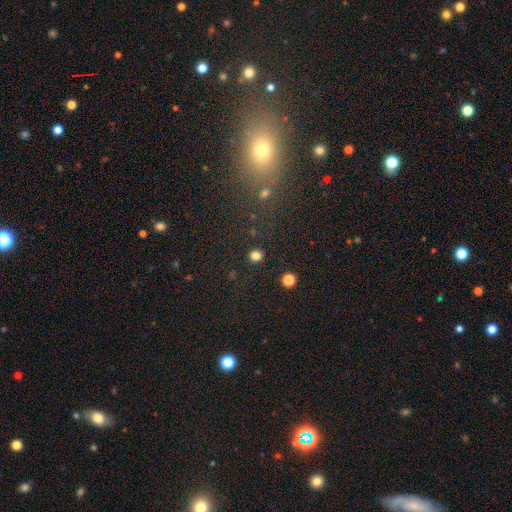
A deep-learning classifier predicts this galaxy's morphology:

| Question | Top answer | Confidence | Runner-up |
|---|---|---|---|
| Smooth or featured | smooth | 81% | star or artifact (15%) |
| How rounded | round | 85% | in between (14%) |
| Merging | none | 90% | minor disturbance (6%) |